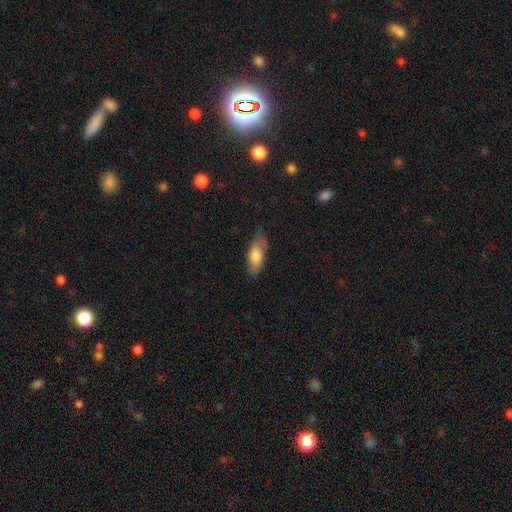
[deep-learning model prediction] smooth 75%, featured or disk 19%, star or artifact 6%. Down the decision tree: how rounded — in between (76%); merging — none (63%).